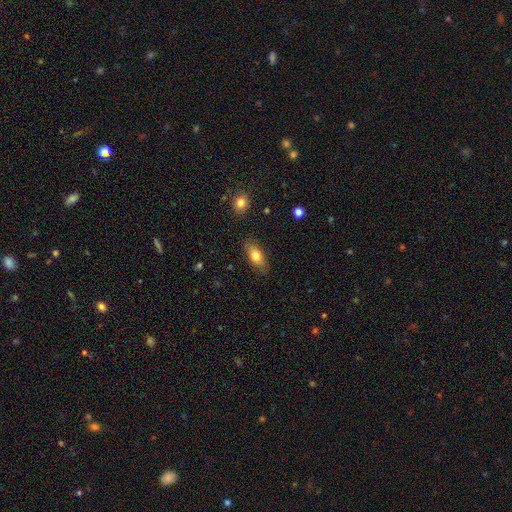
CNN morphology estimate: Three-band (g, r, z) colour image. It shows a smooth galaxy with no disk features (73%) that is in between round and cigar-shaped (82%). Merging: none (82%).